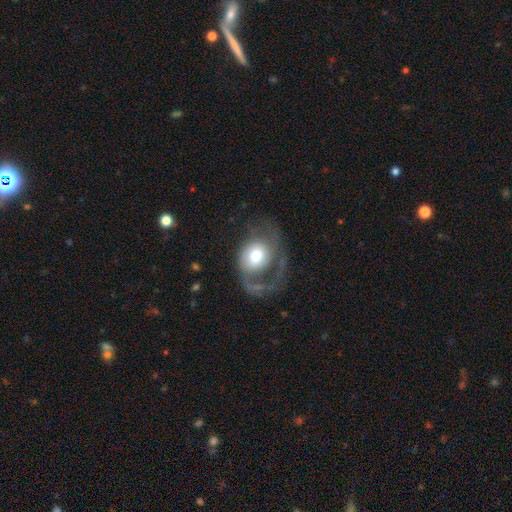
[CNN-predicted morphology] This is possibly a featured or disk galaxy (51%). It is clearly not viewed edge-on (96%). Merging: possibly major disturbance (52%).